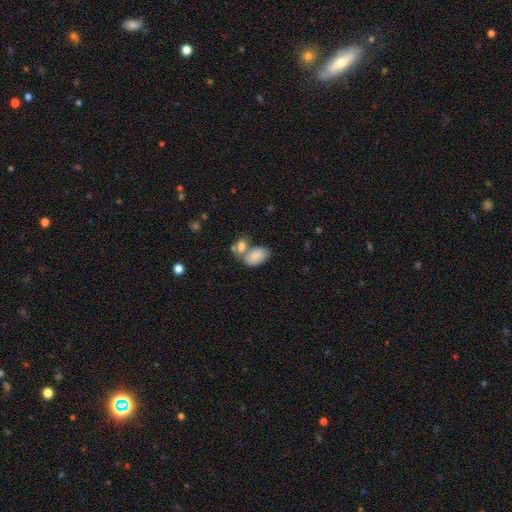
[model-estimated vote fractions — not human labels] The model was most divided on "merging": merger: 42%, none: 39%, minor disturbance: 14%, major disturbance: 6%. More confident: how rounded — in between (94%); smooth or featured — smooth (85%).